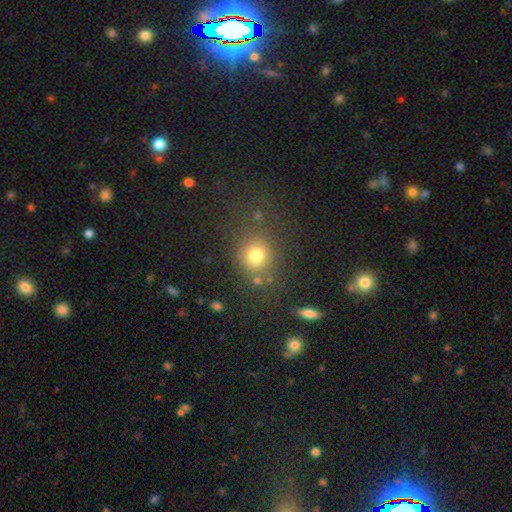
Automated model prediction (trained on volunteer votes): Smooth or featured? smooth (75%)
How rounded? round (80%)
Merging? none (72%)